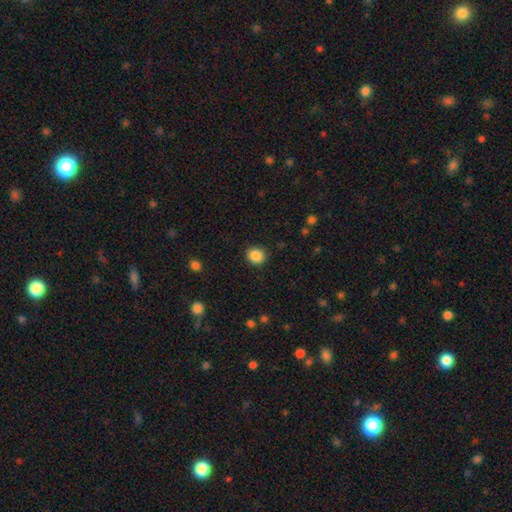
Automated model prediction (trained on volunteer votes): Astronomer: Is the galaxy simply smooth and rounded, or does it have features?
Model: smooth — 87%.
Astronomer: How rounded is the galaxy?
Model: round — 84%.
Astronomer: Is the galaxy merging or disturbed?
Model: none — 90%.